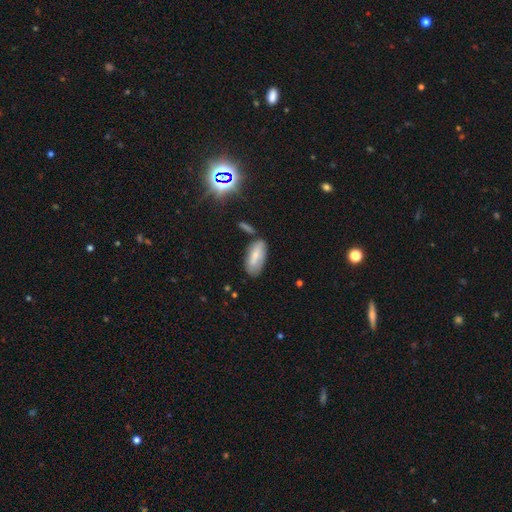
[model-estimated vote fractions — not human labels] smooth 66%, featured or disk 26%, star or artifact 8%. Down the decision tree: how rounded — in between (85%); merging — none (66%).